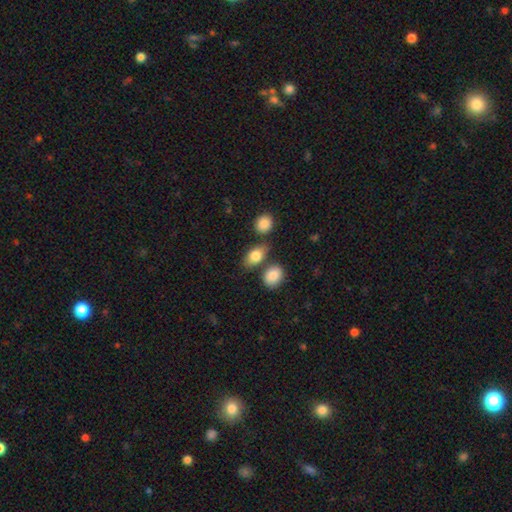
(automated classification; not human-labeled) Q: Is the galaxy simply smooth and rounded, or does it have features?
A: smooth — 82%.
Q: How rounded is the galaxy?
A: in between — 81%.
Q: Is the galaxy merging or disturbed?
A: none — 66%.